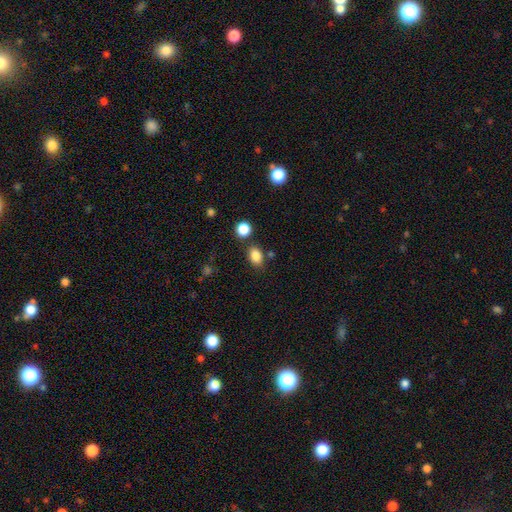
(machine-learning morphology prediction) Overall: smooth (85%). How rounded: in between (75%). Merging: none (77%).